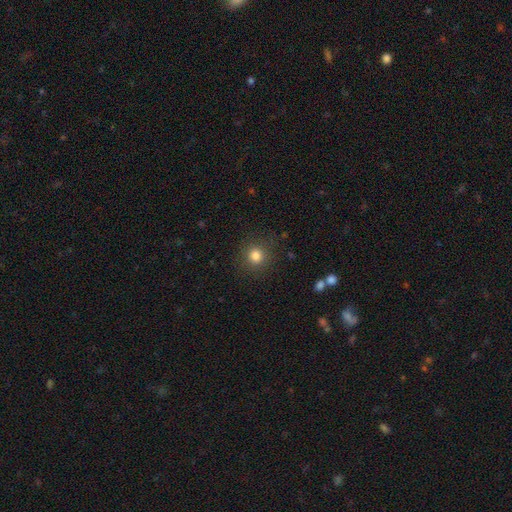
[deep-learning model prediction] Smooth or featured? smooth (83%)
How rounded? round (90%)
Merging? none (88%)